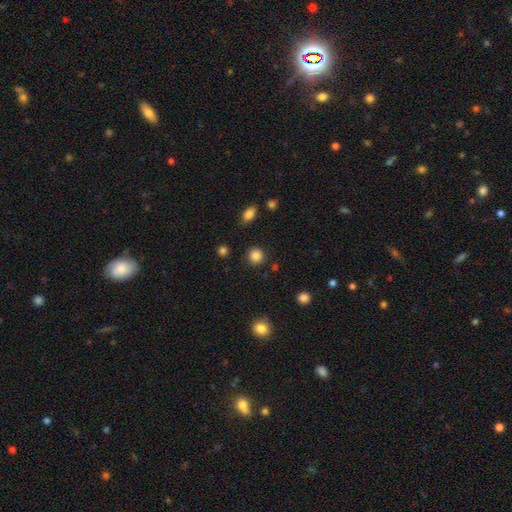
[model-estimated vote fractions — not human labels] Smooth or featured?
  - smooth: 86% *
  - star or artifact: 10%
  - featured or disk: 4%
How rounded?
  - round: 90% *
  - in between: 9%
  - cigar-shaped: 1%
Merging?
  - none: 88% *
  - minor disturbance: 7%
  - major disturbance: 3%
  - merger: 2%